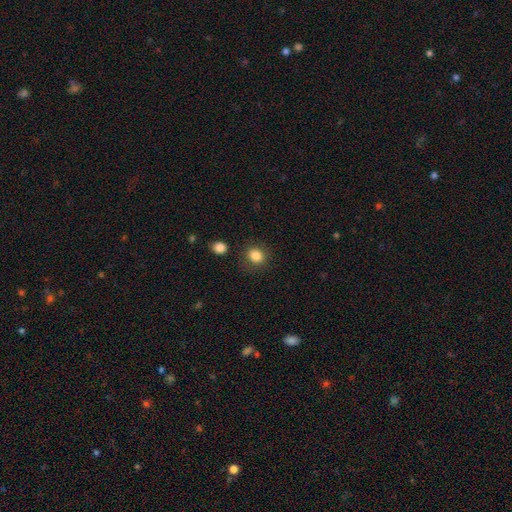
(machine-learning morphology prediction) Smooth or featured: smooth — 85% (star or artifact — 10%)
How rounded: round — 72% (in between — 28%)
Merging: none — 83% (minor disturbance — 11%)